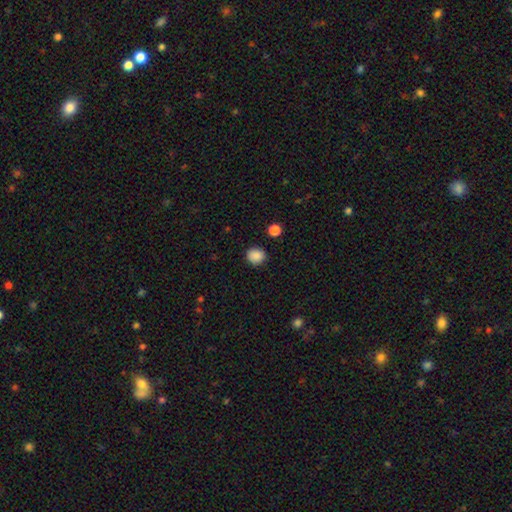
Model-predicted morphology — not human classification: This is clearly a smooth galaxy (87%). How rounded: clearly round (83%). Merging: clearly none (88%).